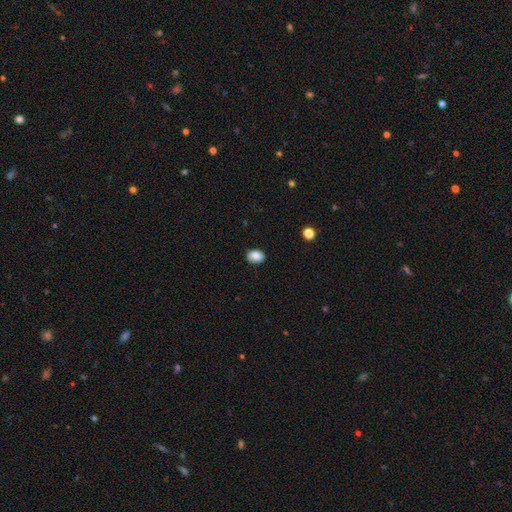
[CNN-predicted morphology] Smooth or featured? Predicted: smooth (p=0.87). How rounded? Predicted: in between (p=0.75). Merging? Predicted: none (p=0.84).